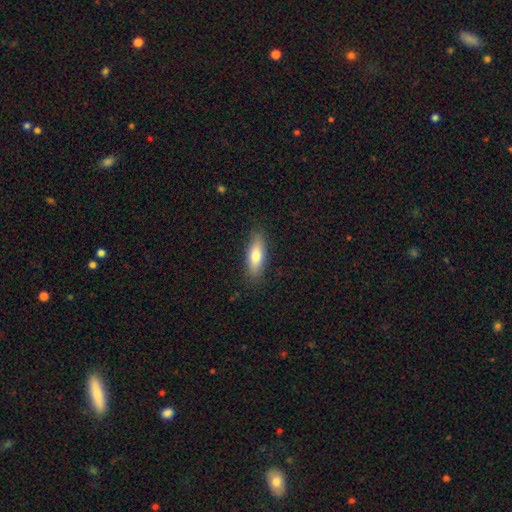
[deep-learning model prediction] A smooth galaxy with no disk features (78%) that is in between round and cigar-shaped (56%). Merging: none (86%).